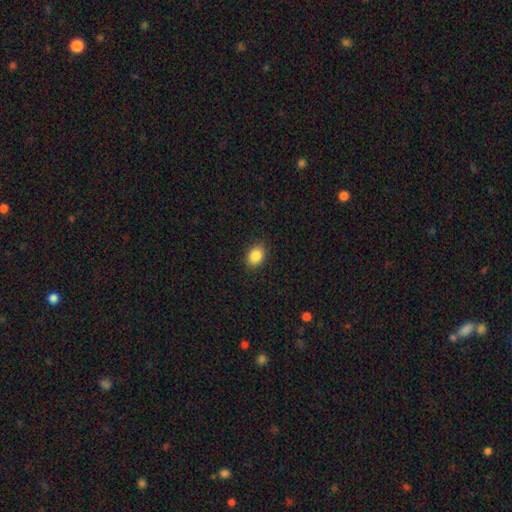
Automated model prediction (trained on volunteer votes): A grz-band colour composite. It shows a smooth galaxy with no disk features (87%) that is in between round and cigar-shaped (68%). Merging: none (88%).